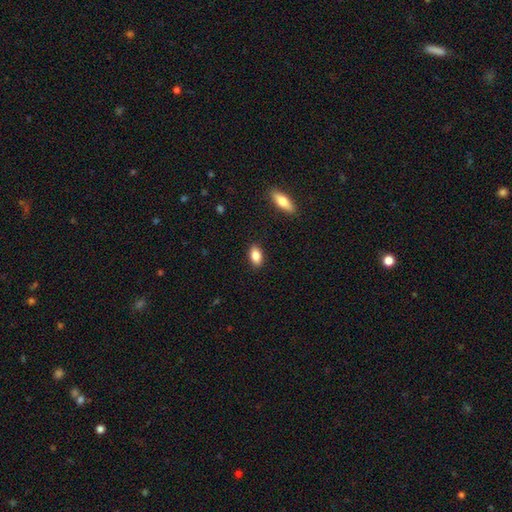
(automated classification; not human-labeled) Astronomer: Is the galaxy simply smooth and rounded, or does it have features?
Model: smooth — 84%.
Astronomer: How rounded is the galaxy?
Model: in between — 89%.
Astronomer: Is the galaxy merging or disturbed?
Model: none — 88%.